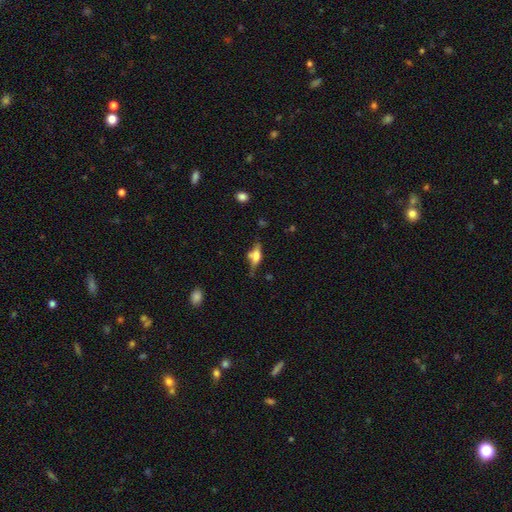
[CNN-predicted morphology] Overall: featured or disk (54%; smooth 37%). Edge-on disk: yes (89%). Merging: none (59%; minor disturbance 20%).